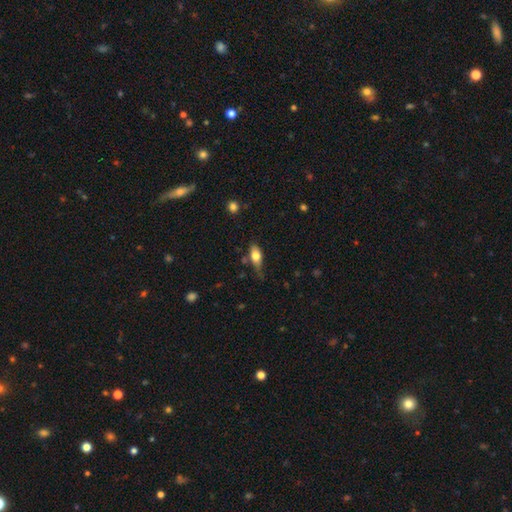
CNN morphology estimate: Smooth or featured: smooth — 70% (featured or disk — 22%)
How rounded: in between — 79% (cigar-shaped — 15%)
Merging: none — 57% (minor disturbance — 30%)